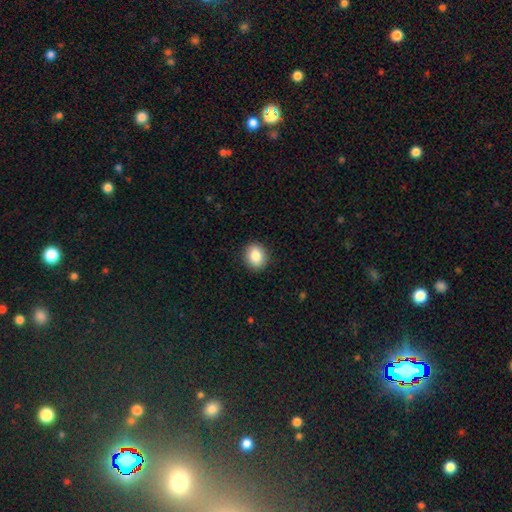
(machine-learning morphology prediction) Q: Smooth or featured?
A: smooth (86%); runner-up: star or artifact (8%)
Q: How rounded?
A: round (70%); runner-up: in between (29%)
Q: Merging?
A: none (91%); runner-up: minor disturbance (6%)